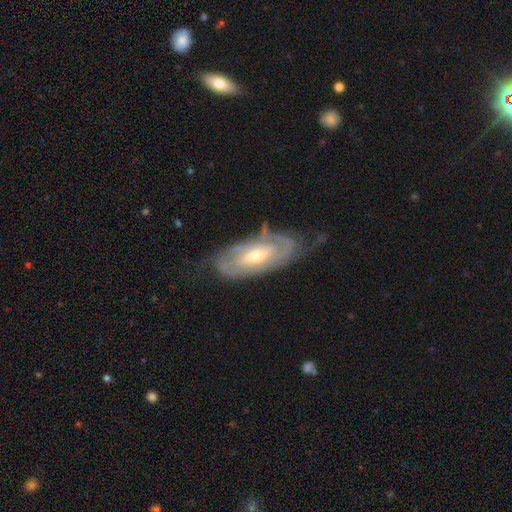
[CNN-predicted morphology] A featured or disk galaxy (80%) with a weak bar (42%), tight (66%) spiral arms (86%) and a moderate central bulge (61%). Merging: none (60%).